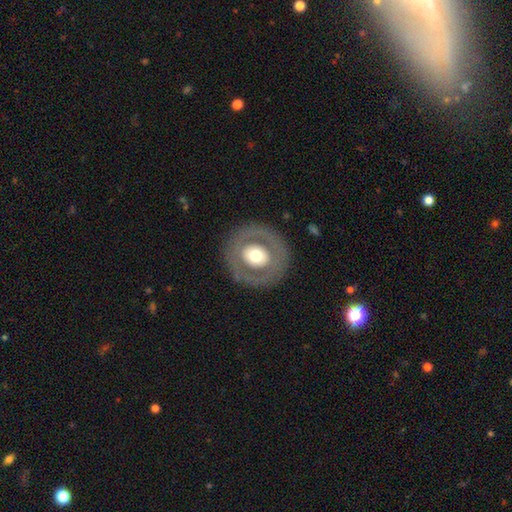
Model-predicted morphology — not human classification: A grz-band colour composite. It shows a featured or disk galaxy (49%). Merging: none (85%).